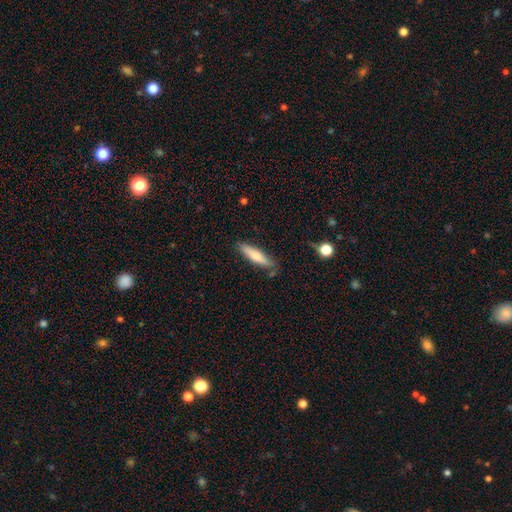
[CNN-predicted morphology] Smooth or featured: smooth — 70% (featured or disk — 25%)
How rounded: cigar-shaped — 80% (in between — 19%)
Merging: none — 80% (minor disturbance — 14%)